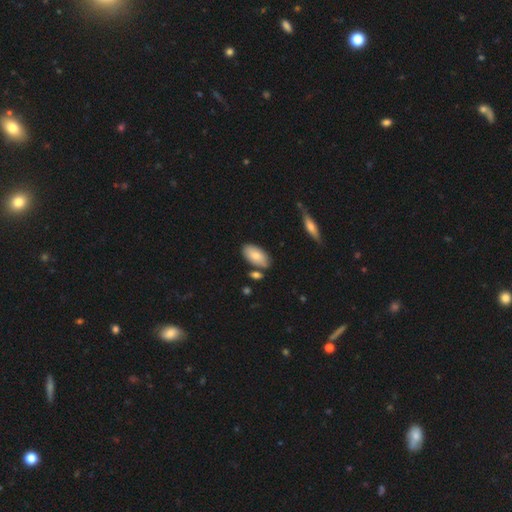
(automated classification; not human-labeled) The model was most divided on "merging": none: 73%, minor disturbance: 14%, merger: 10%, major disturbance: 3%. More confident: how rounded — in between (93%); smooth or featured — smooth (79%).